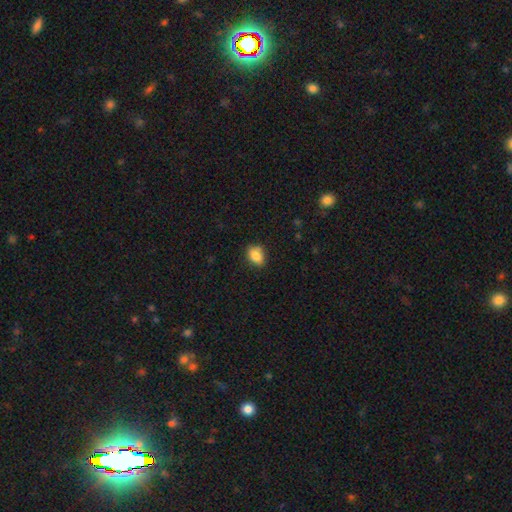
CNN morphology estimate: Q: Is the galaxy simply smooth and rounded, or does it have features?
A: smooth — 85%.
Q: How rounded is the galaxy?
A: in between — 65%.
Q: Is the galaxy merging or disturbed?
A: none — 71%.